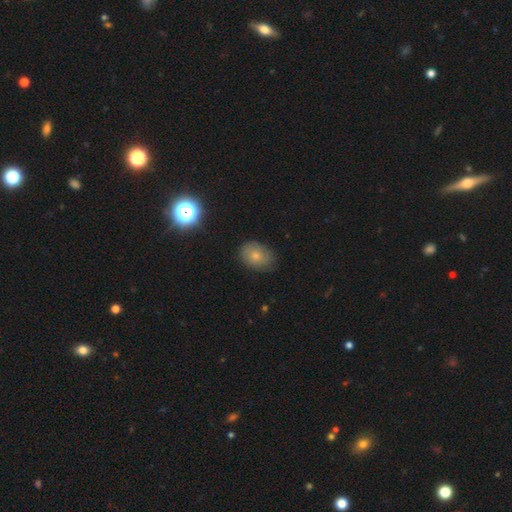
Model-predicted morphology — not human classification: A smooth galaxy with no disk features (71%) that is in between round and cigar-shaped (66%).

Vote fractions:
- Smooth or featured? smooth: 71% / featured or disk: 17% / star or artifact: 12%
- How rounded? in between: 66% / round: 33% / cigar-shaped: 1%
- Merging? none: 74% / minor disturbance: 20% / major disturbance: 4% / merger: 1%